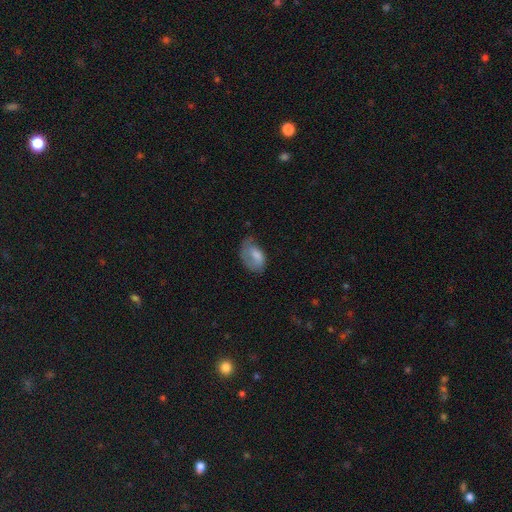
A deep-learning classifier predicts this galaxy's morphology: Q: Smooth or featured?
A: smooth (65%); runner-up: featured or disk (28%)
Q: How rounded?
A: in between (88%); runner-up: round (10%)
Q: Merging?
A: none (33%); tied with: major disturbance (33%)